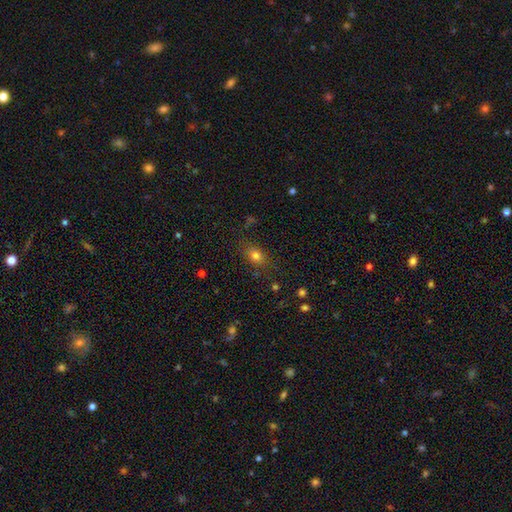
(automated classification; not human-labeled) Morphology: type=smooth (78%); roundness=in between (67%); merging=none (78%).